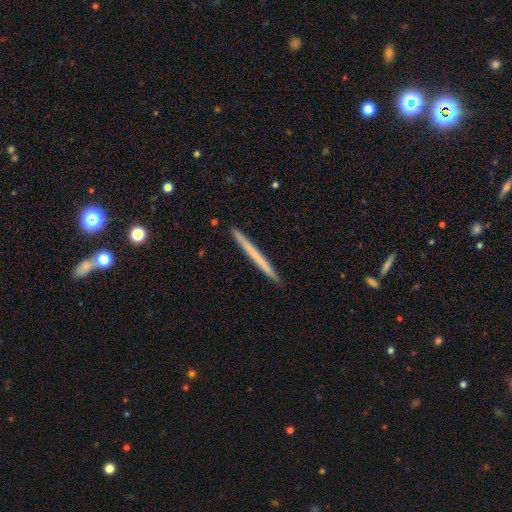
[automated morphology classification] This is possibly a smooth galaxy (56%). How rounded: clearly cigar-shaped (98%). Merging: clearly none (93%).